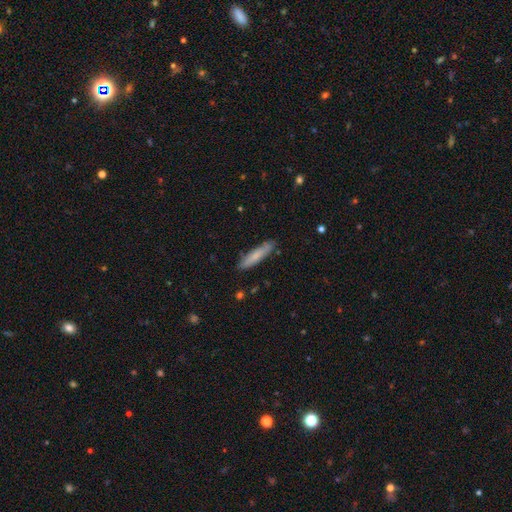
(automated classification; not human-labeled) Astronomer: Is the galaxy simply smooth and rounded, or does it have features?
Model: smooth — 72%.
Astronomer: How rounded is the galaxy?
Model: cigar-shaped — 88%.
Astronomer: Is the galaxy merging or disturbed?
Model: none — 86%.